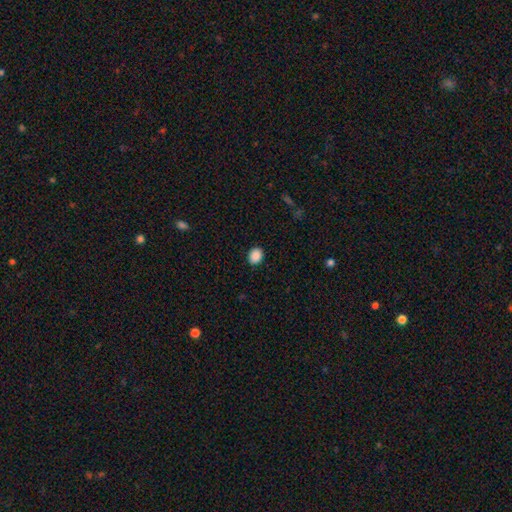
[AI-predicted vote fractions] Smooth or featured? smooth (89%)
How rounded? round (52%)
Merging? none (89%)